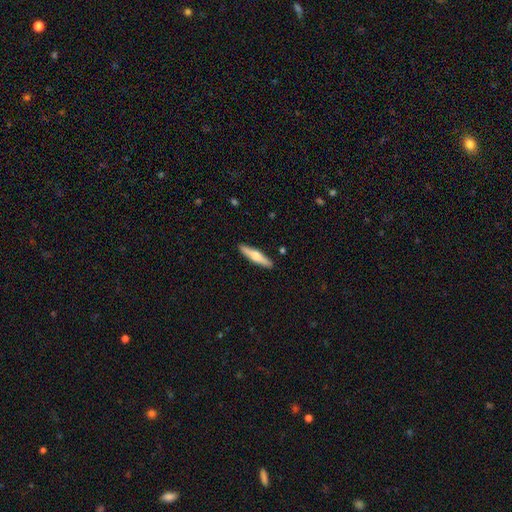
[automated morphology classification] Smooth or featured?
  - featured or disk: 49% *
  - smooth: 46%
  - star or artifact: 5%
Merging?
  - none: 90% *
  - minor disturbance: 7%
  - major disturbance: 2%
  - merger: 1%